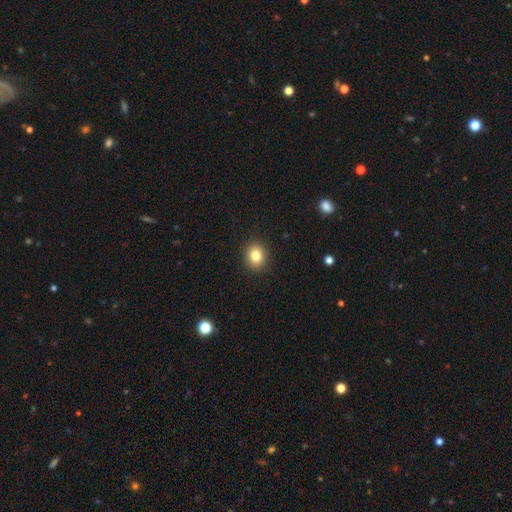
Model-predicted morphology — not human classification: This is clearly a smooth galaxy (83%). How rounded: likely round (70%). Merging: clearly none (91%).